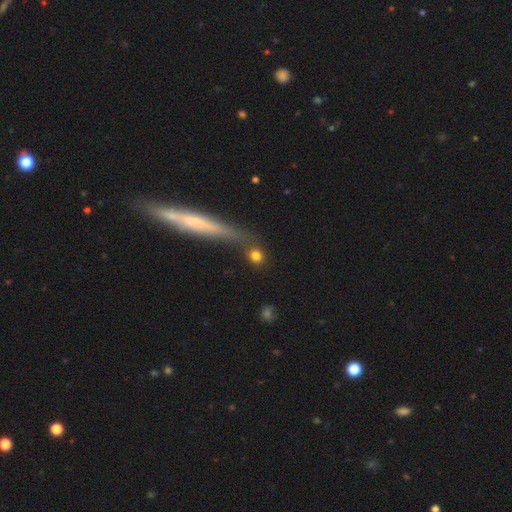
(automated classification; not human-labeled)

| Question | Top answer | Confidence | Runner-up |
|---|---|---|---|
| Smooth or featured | smooth | 79% | star or artifact (11%) |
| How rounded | round | 75% | in between (18%) |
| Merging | none | 71% | merger (14%) |